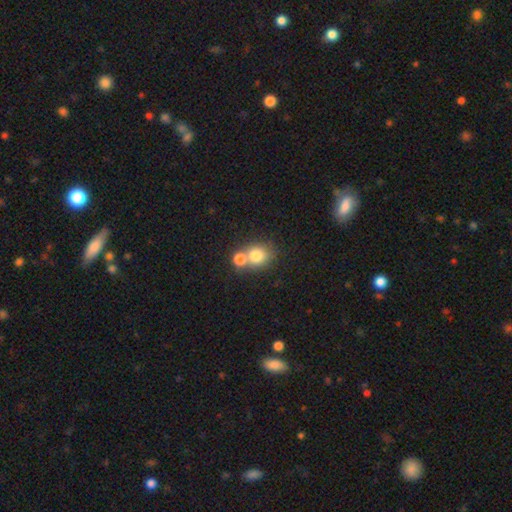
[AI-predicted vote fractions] smooth_or_featured: smooth (p=0.77) [alt: featured or disk p=0.12]
how_rounded: round (p=0.74) [alt: in between p=0.25]
merging: merger (p=0.49) [alt: none p=0.40]